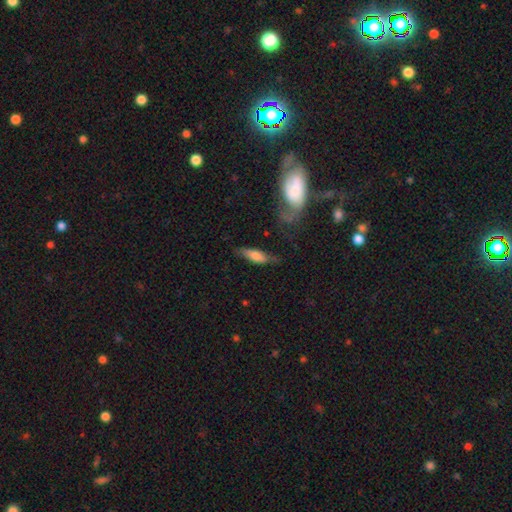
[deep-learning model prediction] smooth-or-featured: smooth: 61% | featured or disk: 32% | star or artifact: 7%
  how-rounded: cigar-shaped: 50% | in between: 47% | round: 3%
  merging: none: 61% | minor disturbance: 23% | major disturbance: 11% | merger: 5%